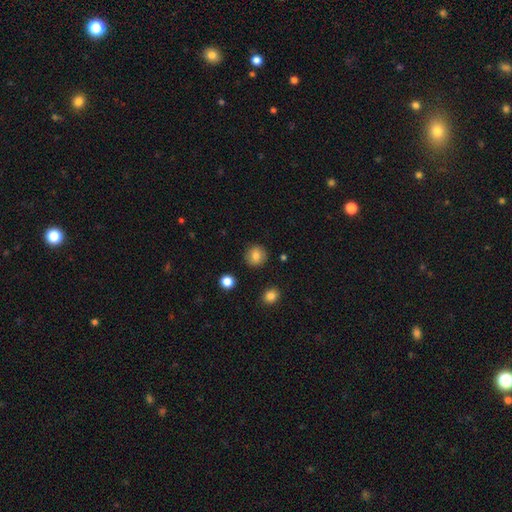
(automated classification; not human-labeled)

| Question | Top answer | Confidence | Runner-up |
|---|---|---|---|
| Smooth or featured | smooth | 84% | star or artifact (10%) |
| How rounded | round | 90% | in between (9%) |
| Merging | none | 89% | minor disturbance (7%) |